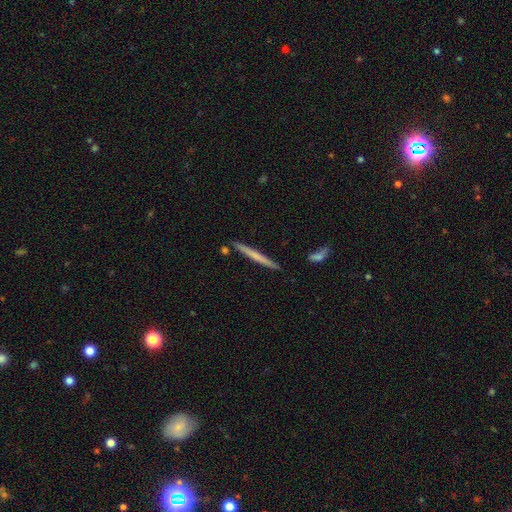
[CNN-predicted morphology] smooth-or-featured: smooth: 51% | featured or disk: 44% | star or artifact: 5%
  how-rounded: cigar-shaped: 97% | in between: 2% | round: 1%
  merging: none: 88% | minor disturbance: 8% | merger: 3% | major disturbance: 2%